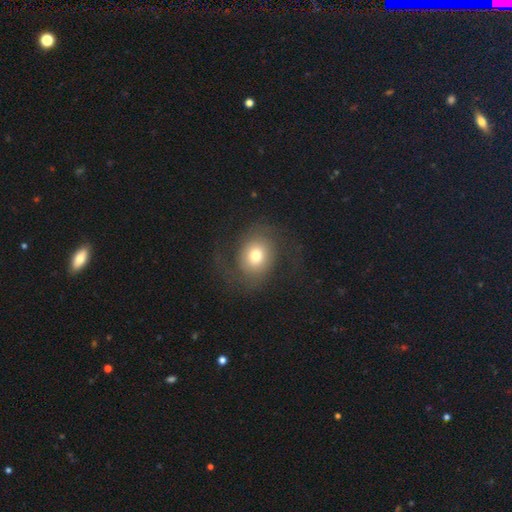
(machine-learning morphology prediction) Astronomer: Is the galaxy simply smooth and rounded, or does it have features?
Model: smooth — 58% (runner-up: featured or disk, 33%).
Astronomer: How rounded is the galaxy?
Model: round — 61% (runner-up: in between, 38%).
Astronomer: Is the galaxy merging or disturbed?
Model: none — 60%.